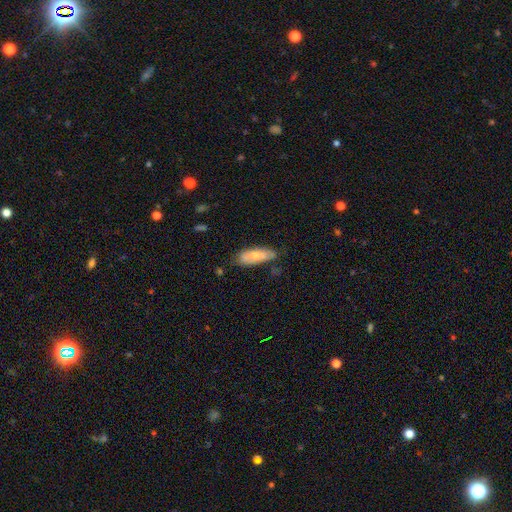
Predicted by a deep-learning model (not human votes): smooth 62%, featured or disk 32%, star or artifact 6%. Down the decision tree: how rounded — in between (69%); merging — none (61%).